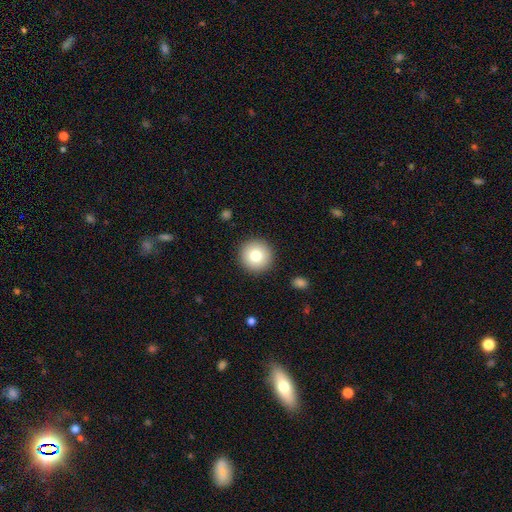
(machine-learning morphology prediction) type=smooth (80%); roundness=round (96%); merging=none (91%).